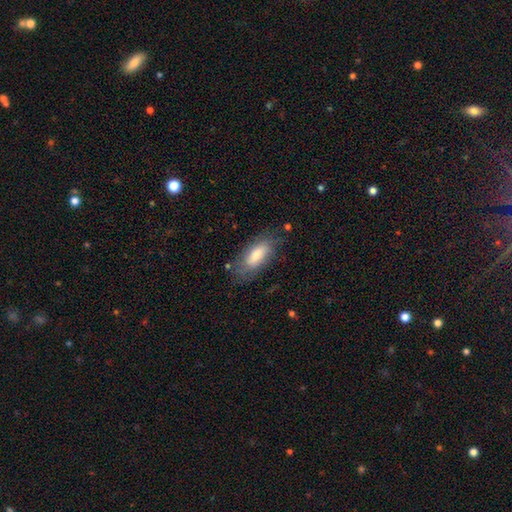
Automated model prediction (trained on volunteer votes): A smooth galaxy with no disk features (73%) that is in between round and cigar-shaped (80%).

Vote fractions:
- Smooth or featured? smooth: 73% / featured or disk: 20% / star or artifact: 7%
- How rounded? in between: 80% / cigar-shaped: 18% / round: 2%
- Merging? none: 71% / minor disturbance: 20% / major disturbance: 7% / merger: 2%